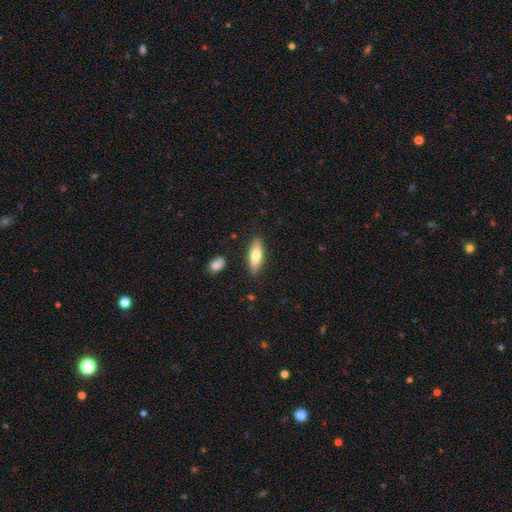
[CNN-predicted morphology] Smooth or featured: smooth — 74% (featured or disk — 20%)
How rounded: in between — 62% (cigar-shaped — 36%)
Merging: none — 84% (minor disturbance — 11%)